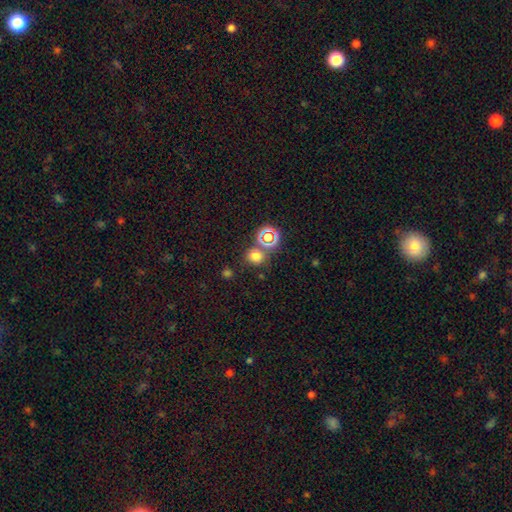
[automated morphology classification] Q: Smooth or featured?
A: smooth (70%); runner-up: star or artifact (24%)
Q: How rounded?
A: round (83%); runner-up: in between (16%)
Q: Merging?
A: none (74%); runner-up: merger (13%)